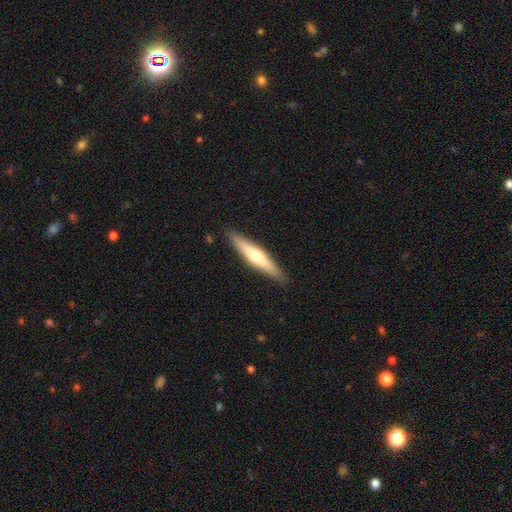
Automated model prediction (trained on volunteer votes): Overall: smooth (49%; featured or disk 46%). Merging: none (90%).